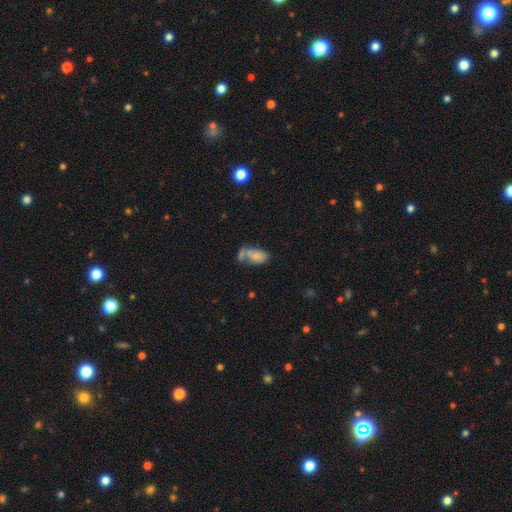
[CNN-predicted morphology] A smooth galaxy with no disk features (71%) that is in between round and cigar-shaped (91%).

Vote fractions:
- Smooth or featured? smooth: 71% / featured or disk: 19% / star or artifact: 9%
- How rounded? in between: 91% / round: 6% / cigar-shaped: 3%
- Merging? merger: 39% / none: 33% / minor disturbance: 18% / major disturbance: 10%